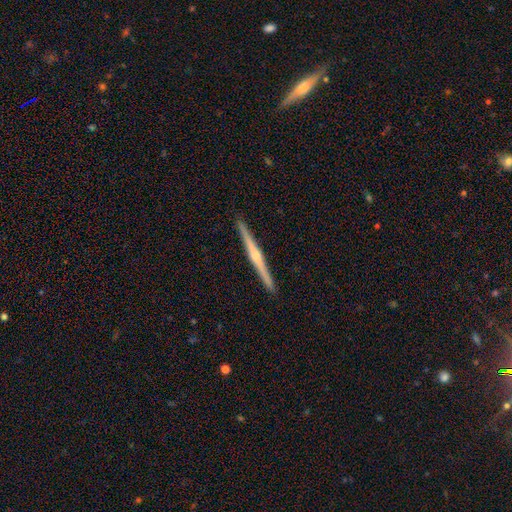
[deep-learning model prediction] Q: Smooth or featured?
A: featured or disk (77%); runner-up: smooth (18%)
Q: Edge-on disk?
A: yes (99%); runner-up: no (1%)
Q: Edge-on bulge?
A: rounded (75%); runner-up: none (16%)
Q: Merging?
A: none (93%); runner-up: minor disturbance (5%)